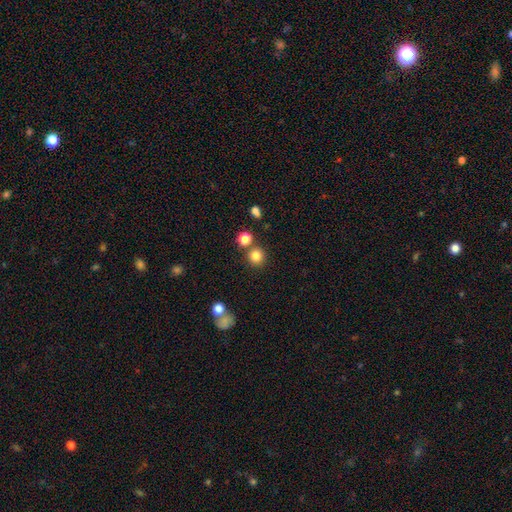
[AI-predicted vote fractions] A smooth galaxy with no disk features (82%) that is round (93%).

Vote fractions:
- Smooth or featured? smooth: 82% / star or artifact: 13% / featured or disk: 5%
- How rounded? round: 93% / in between: 7% / cigar-shaped: 1%
- Merging? none: 78% / merger: 12% / minor disturbance: 7% / major disturbance: 3%